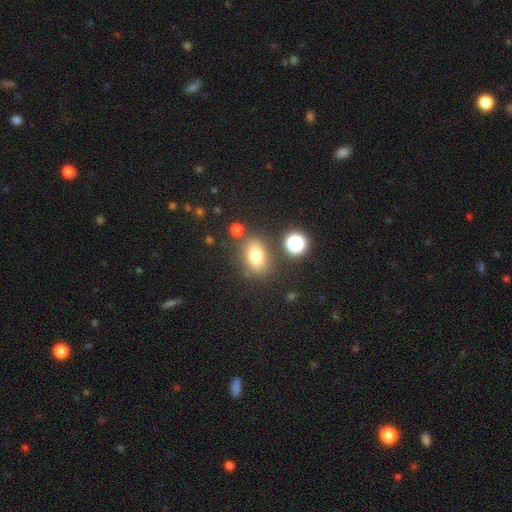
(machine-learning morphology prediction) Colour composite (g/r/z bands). It shows a smooth galaxy with no disk features (74%) that is in between round and cigar-shaped (72%). Merging: none (76%).